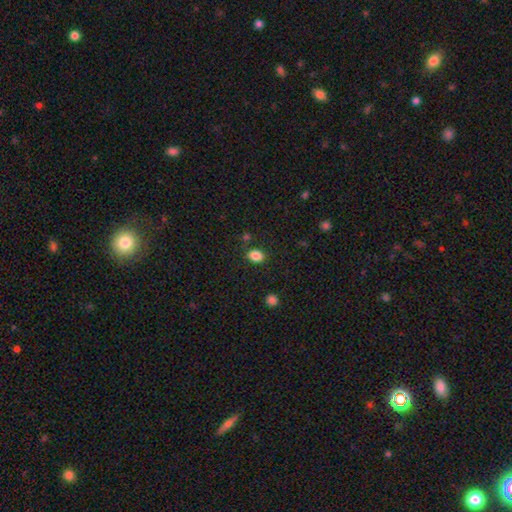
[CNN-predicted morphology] smooth_or_featured: smooth (p=0.85) [alt: star or artifact p=0.10]
how_rounded: in between (p=0.65) [alt: round p=0.34]
merging: none (p=0.81) [alt: minor disturbance p=0.11]